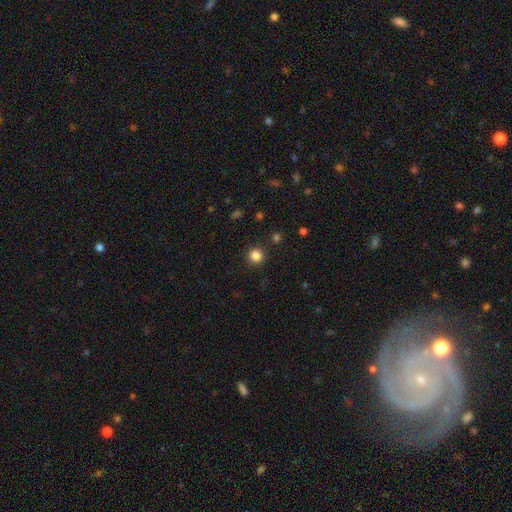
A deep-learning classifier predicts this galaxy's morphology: Smooth or featured? smooth (84%)
How rounded? round (93%)
Merging? none (91%)